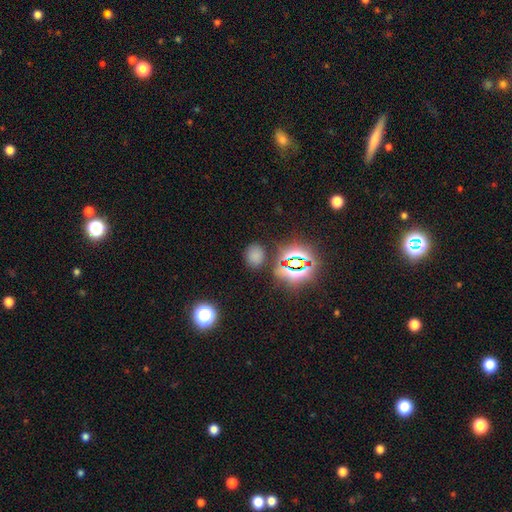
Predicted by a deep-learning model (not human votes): A smooth galaxy with no disk features (67%) that is round (56%). Merging: none (82%).